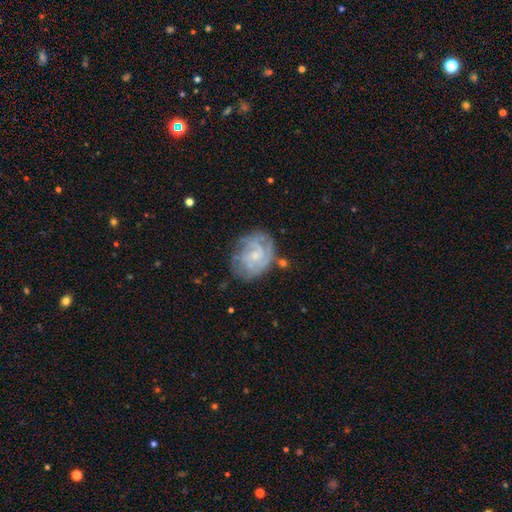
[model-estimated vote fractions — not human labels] Smooth or featured? Predicted: featured or disk (p=0.80). Edge-on disk? Predicted: no (p=0.98). Bar? Predicted: no (p=0.62). Spiral arms? Predicted: yes (p=0.92). Spiral winding? Predicted: tight (p=0.61). Spiral arm count? Predicted: can't tell (p=0.33). Bulge size? Predicted: small (p=0.60). Merging? Predicted: none (p=0.65).